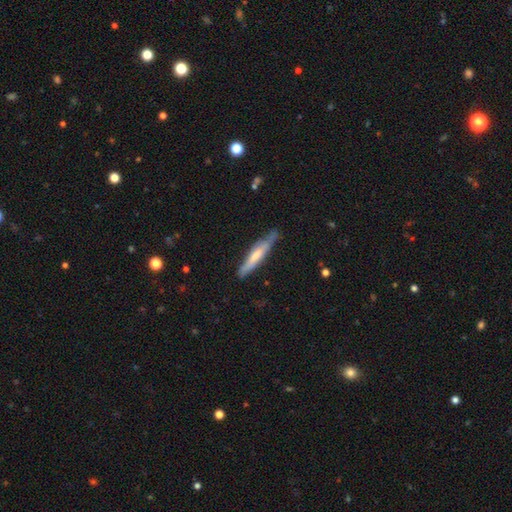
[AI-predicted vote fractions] A smooth galaxy with no disk features (51%) that is cigar-shaped (90%). Merging: none (73%).